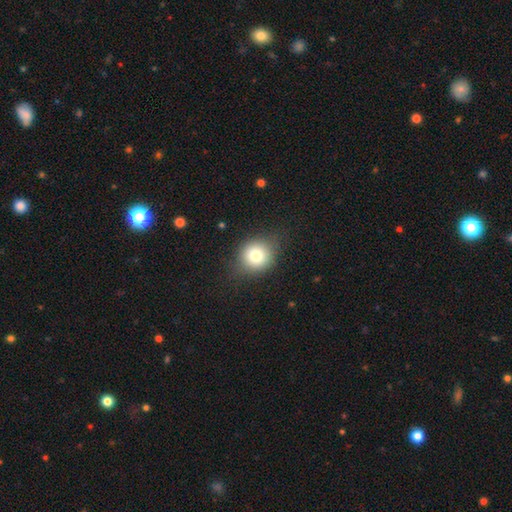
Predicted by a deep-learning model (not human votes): Q: Smooth or featured?
A: smooth (76%); runner-up: featured or disk (12%)
Q: How rounded?
A: round (78%); runner-up: in between (21%)
Q: Merging?
A: none (77%); runner-up: minor disturbance (16%)